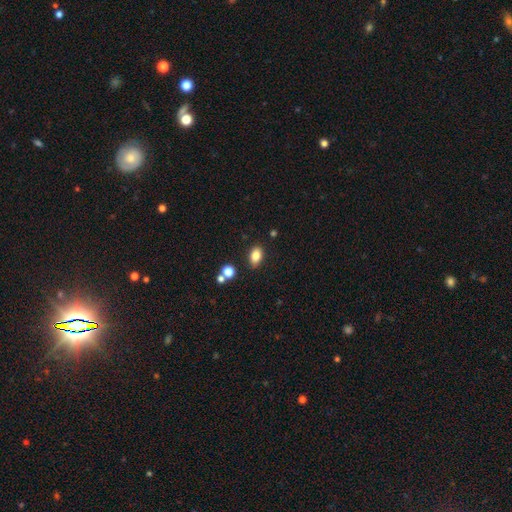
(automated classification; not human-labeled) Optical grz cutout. It shows a smooth galaxy with no disk features (83%) that is in between round and cigar-shaped (84%). Merging: none (83%).